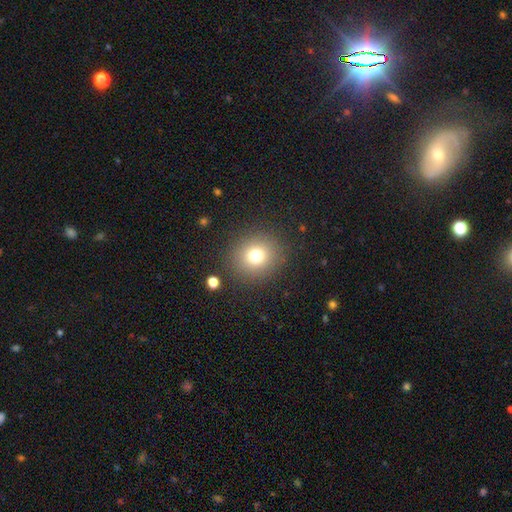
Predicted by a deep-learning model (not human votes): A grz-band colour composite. It shows a smooth galaxy with no disk features (75%) that is round (87%). Merging: none (88%).